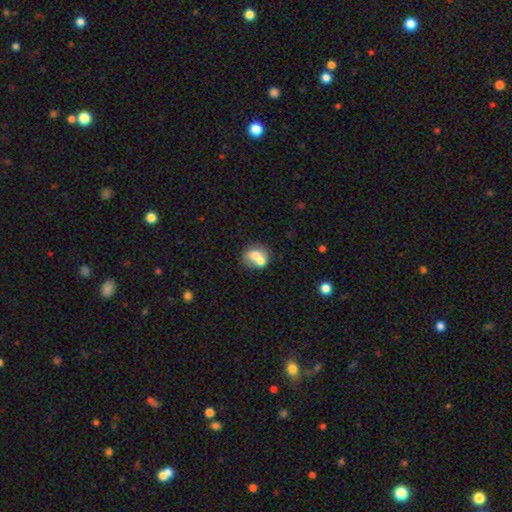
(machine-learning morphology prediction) smooth_or_featured: smooth (p=0.66) [alt: featured or disk p=0.25]
how_rounded: round (p=0.63) [alt: in between p=0.36]
merging: merger (p=0.57) [alt: none p=0.32]